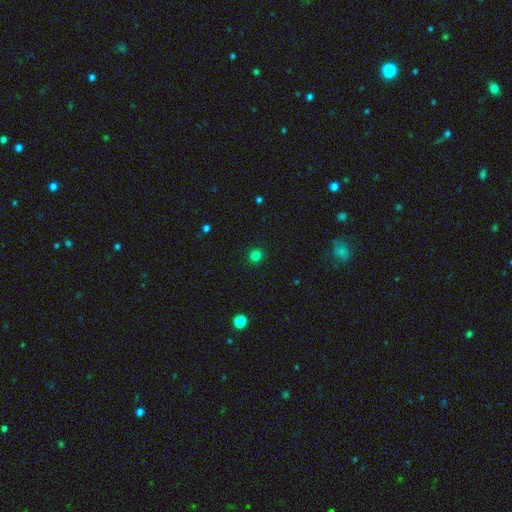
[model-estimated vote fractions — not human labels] Smooth or featured? smooth (82%)
How rounded? round (91%)
Merging? none (92%)